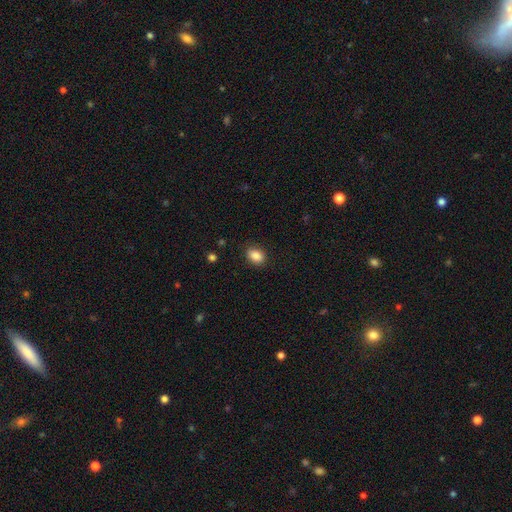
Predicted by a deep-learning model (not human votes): Smooth or featured?
  - smooth: 87% *
  - star or artifact: 8%
  - featured or disk: 4%
How rounded?
  - in between: 77% *
  - round: 22%
  - cigar-shaped: 1%
Merging?
  - none: 86% *
  - minor disturbance: 11%
  - major disturbance: 3%
  - merger: 1%